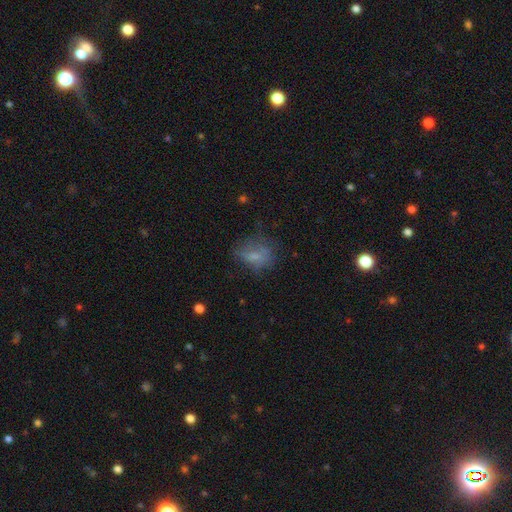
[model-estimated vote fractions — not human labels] The model was most divided on "merging": none: 49%, minor disturbance: 25%, major disturbance: 23%, merger: 3%. More confident: how rounded — in between (65%); smooth or featured — smooth (58%).